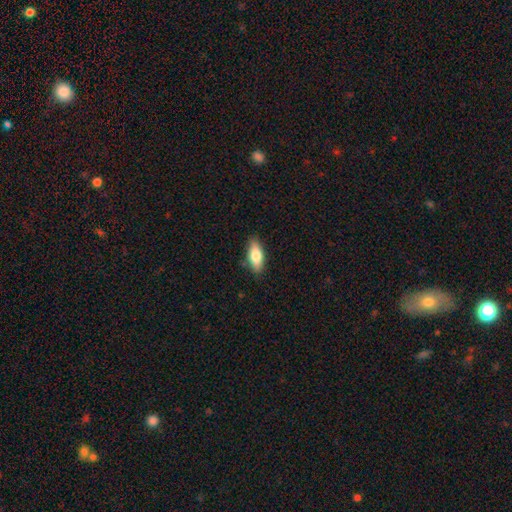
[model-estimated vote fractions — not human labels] This appears to be a smooth galaxy with no disk features (74%) that is in between round and cigar-shaped (76%). Merging: none (86%).